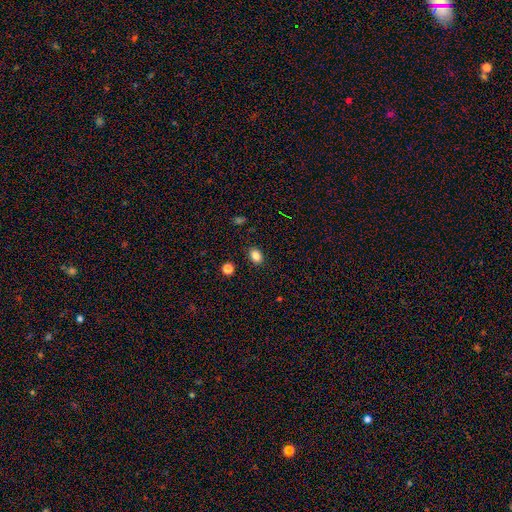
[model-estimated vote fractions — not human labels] smooth 84%, star or artifact 11%, featured or disk 5%. Down the decision tree: how rounded — in between (69%); merging — none (88%).